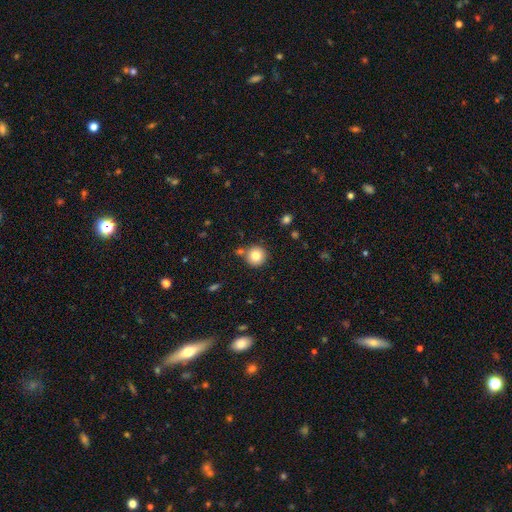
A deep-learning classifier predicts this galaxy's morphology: Smooth or featured: smooth — 80% (star or artifact — 11%)
How rounded: round — 95% (in between — 4%)
Merging: none — 82% (merger — 8%)